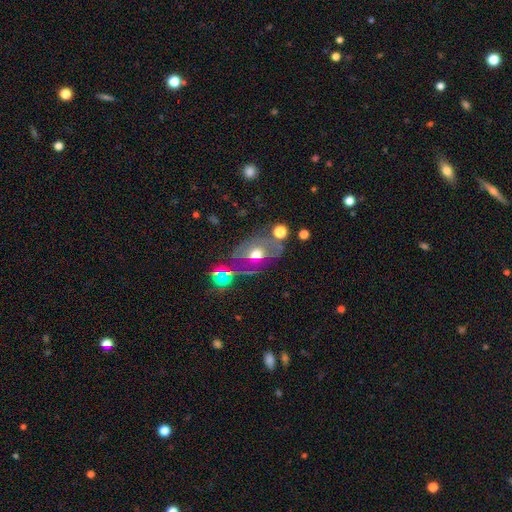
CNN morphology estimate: Smooth or featured? Predicted: featured or disk (p=0.51). Edge-on disk? Predicted: no (p=0.89). Merging? Predicted: none (p=0.56).